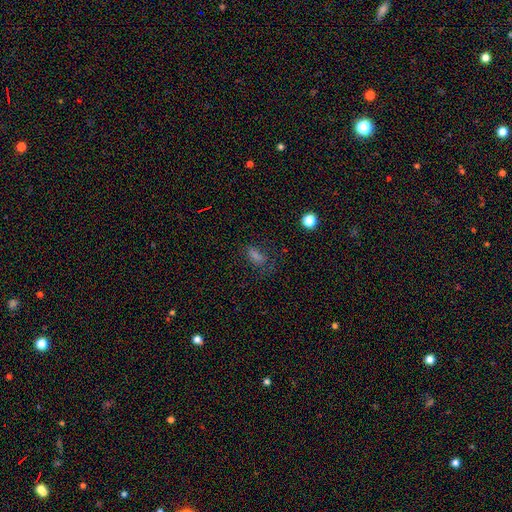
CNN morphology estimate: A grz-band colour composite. It shows a smooth galaxy with no disk features (58%) that is in between round and cigar-shaped (71%). Merging: none (60%).